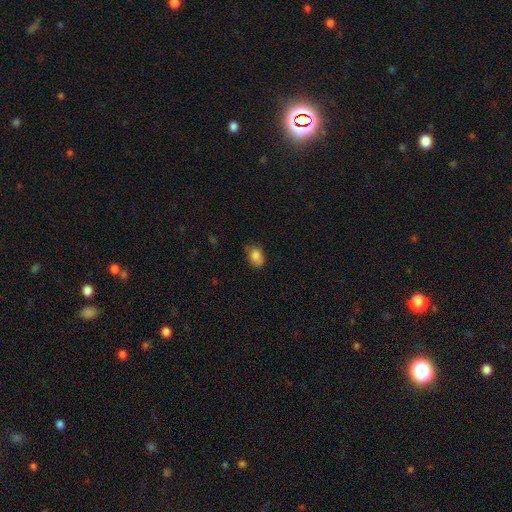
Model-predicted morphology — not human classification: The model was most divided on "merging": none: 61%, minor disturbance: 30%, major disturbance: 7%, merger: 2%. More confident: smooth or featured — smooth (84%); how rounded — in between (75%).